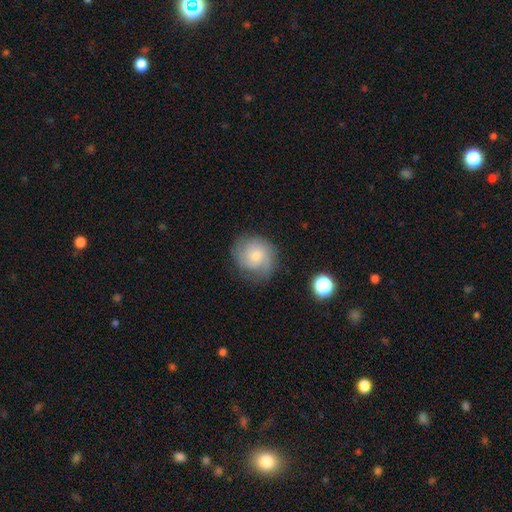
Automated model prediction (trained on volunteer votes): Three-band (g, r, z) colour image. It shows a featured or disk galaxy (46%). Merging: none (72%).